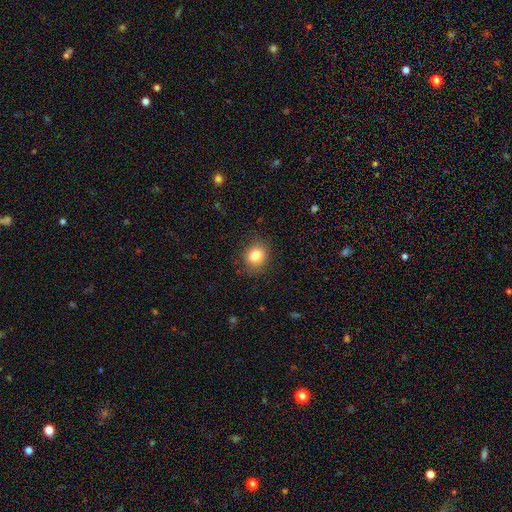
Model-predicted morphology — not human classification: type=smooth (83%); roundness=round (60%); merging=none (84%).